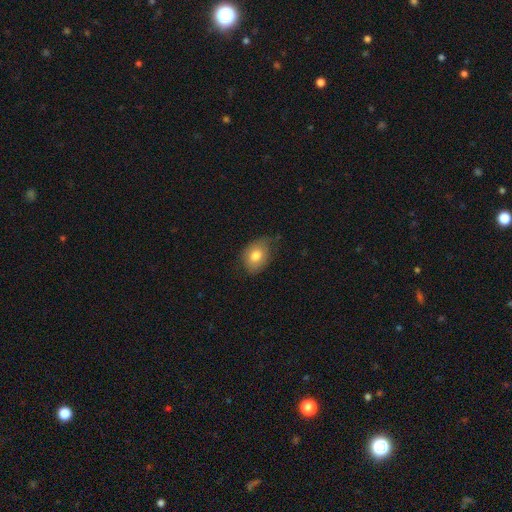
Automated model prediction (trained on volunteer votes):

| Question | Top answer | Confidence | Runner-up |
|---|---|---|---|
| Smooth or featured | smooth | 76% | featured or disk (15%) |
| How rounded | in between | 76% | round (23%) |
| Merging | none | 61% | minor disturbance (31%) |